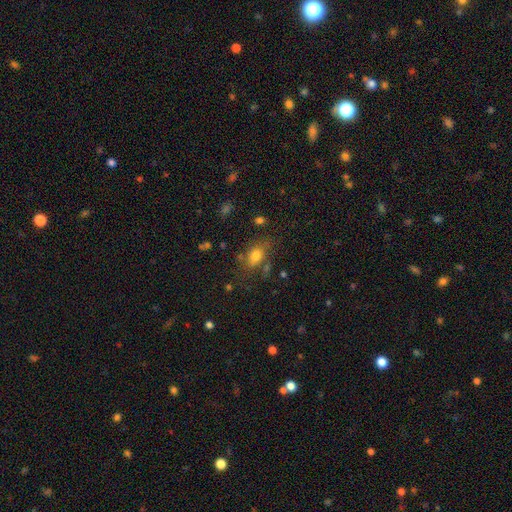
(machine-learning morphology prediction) A smooth galaxy with no disk features (75%) that is in between round and cigar-shaped (73%).

Vote fractions:
- Smooth or featured? smooth: 75% / star or artifact: 13% / featured or disk: 12%
- How rounded? in between: 73% / round: 24% / cigar-shaped: 3%
- Merging? none: 66% / minor disturbance: 19% / major disturbance: 7% / merger: 7%